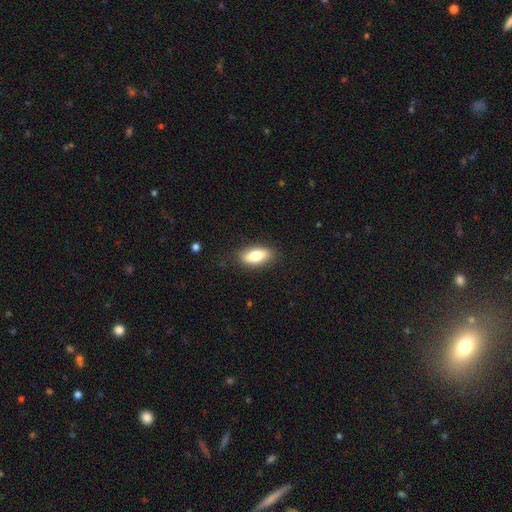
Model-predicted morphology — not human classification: This is likely a smooth galaxy (76%). How rounded: clearly in between (81%). Merging: clearly none (85%).